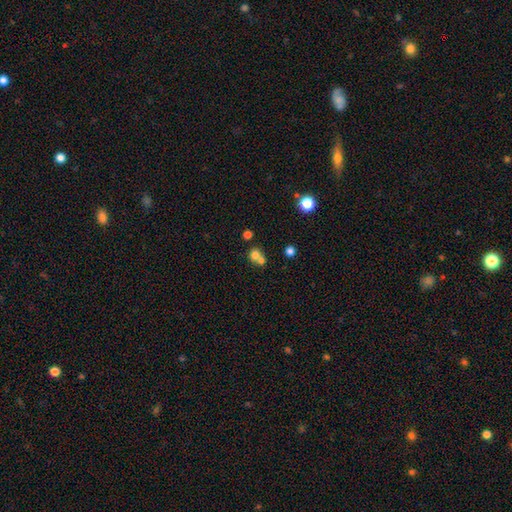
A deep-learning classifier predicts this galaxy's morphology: Smooth or featured: smooth — 71% (star or artifact — 15%)
How rounded: round — 82% (in between — 17%)
Merging: merger — 52% (none — 39%)